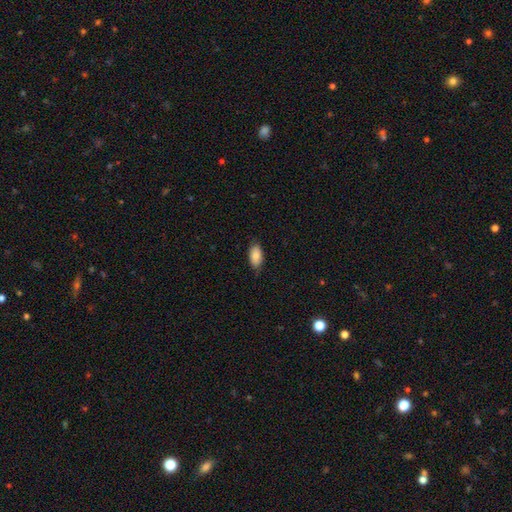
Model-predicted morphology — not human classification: The model was most divided on "merging": none: 80%, minor disturbance: 16%, major disturbance: 3%, merger: 1%. More confident: how rounded — in between (94%); smooth or featured — smooth (85%).